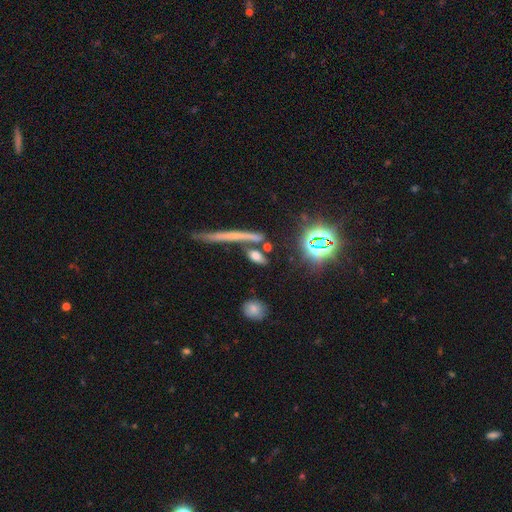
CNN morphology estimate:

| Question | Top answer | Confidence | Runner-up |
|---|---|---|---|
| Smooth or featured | smooth | 62% | featured or disk (20%) |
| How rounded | in between | 58% | cigar-shaped (29%) |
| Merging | none | 62% | merger (19%) |